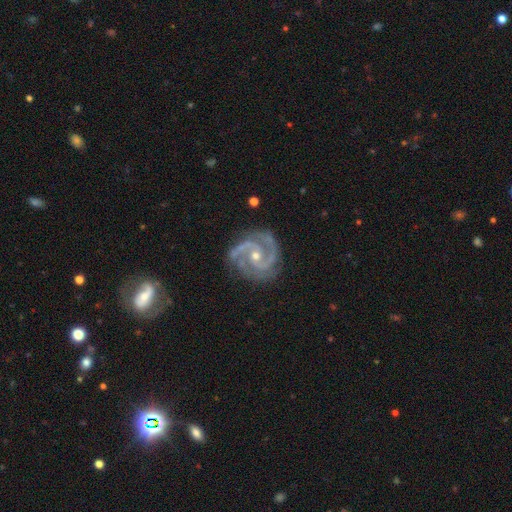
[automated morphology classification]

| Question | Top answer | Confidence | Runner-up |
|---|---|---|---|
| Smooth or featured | featured or disk | 93% | star or artifact (4%) |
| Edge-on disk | no | 98% | yes (2%) |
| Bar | no | 57% | weak (30%) |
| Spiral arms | yes | 99% | no (1%) |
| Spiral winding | medium | 49% | tight (46%) |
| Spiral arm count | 2 | 67% | 3 (22%) |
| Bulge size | small | 58% | moderate (40%) |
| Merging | none | 77% | minor disturbance (17%) |